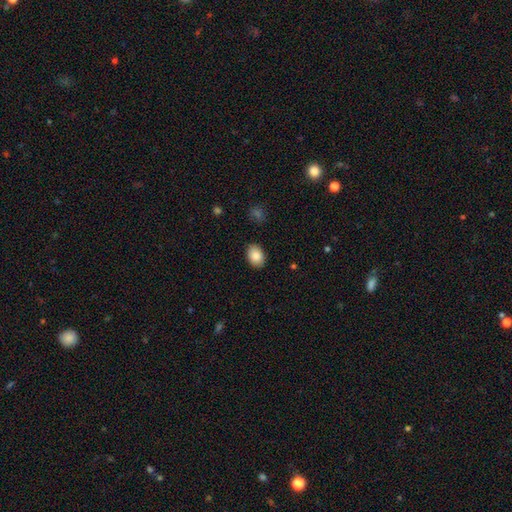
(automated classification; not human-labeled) A smooth galaxy with no disk features (87%) that is in between round and cigar-shaped (79%). Merging: none (88%).